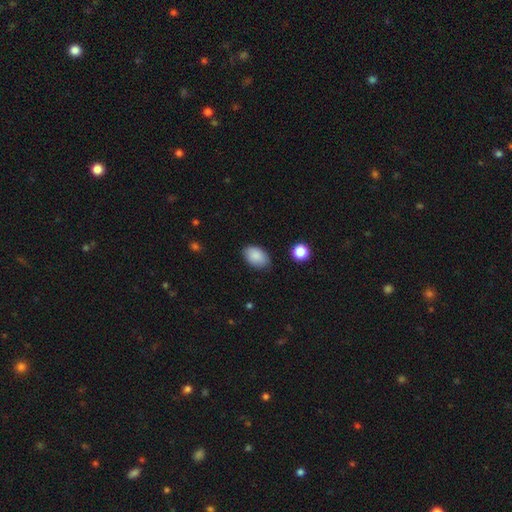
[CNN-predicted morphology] smooth-or-featured: smooth: 88% | star or artifact: 7% | featured or disk: 5%
  how-rounded: in between: 89% | round: 10% | cigar-shaped: 1%
  merging: none: 82% | minor disturbance: 13% | major disturbance: 3% | merger: 1%